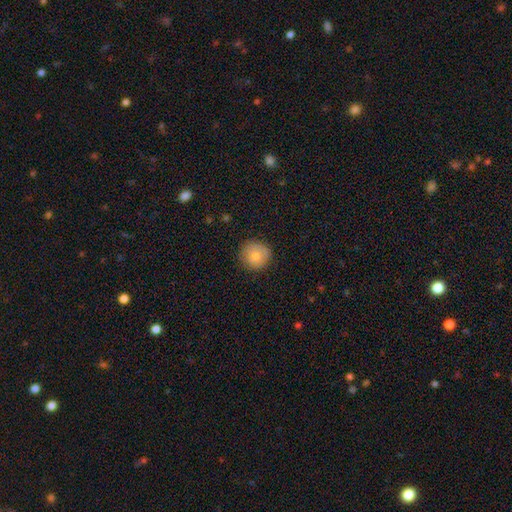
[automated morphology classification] A smooth galaxy with no disk features (79%) that is round (92%). Merging: none (83%).